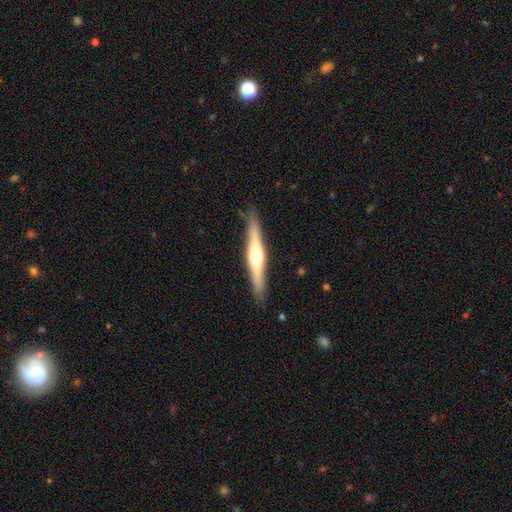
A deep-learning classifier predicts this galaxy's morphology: The model was most divided on "smooth or featured": featured or disk: 66%, smooth: 29%, star or artifact: 5%. More confident: edge-on disk — yes (97%); edge-on bulge — rounded (89%); merging — none (87%).